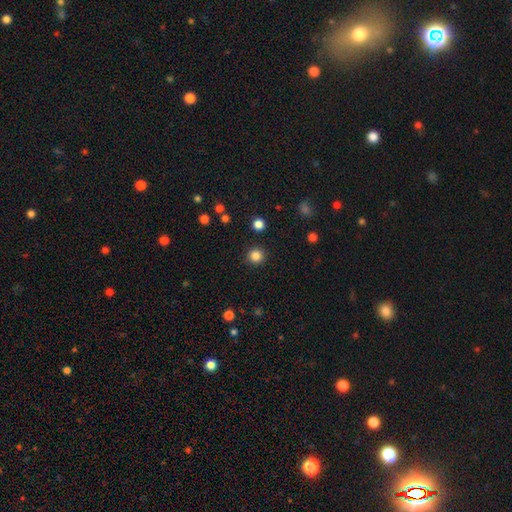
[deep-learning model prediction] The model was most divided on "smooth or featured": smooth: 85%, star or artifact: 12%, featured or disk: 4%. More confident: how rounded — round (94%); merging — none (92%).